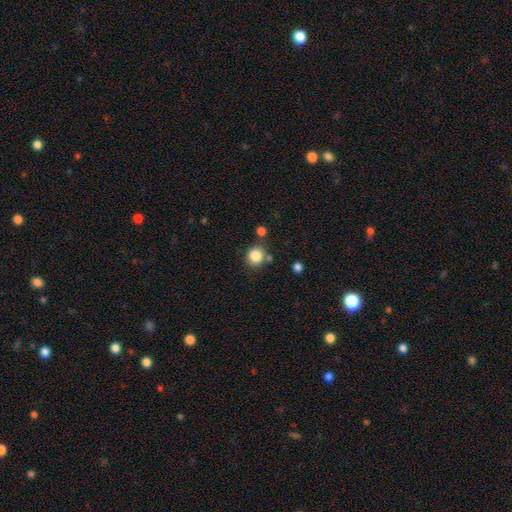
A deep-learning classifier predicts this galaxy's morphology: The model was most divided on "merging": none: 76%, minor disturbance: 11%, merger: 9%, major disturbance: 4%. More confident: smooth or featured — smooth (85%); how rounded — round (83%).